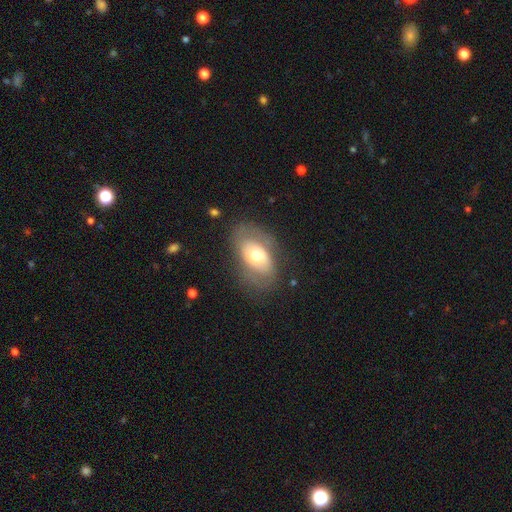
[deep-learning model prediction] A smooth galaxy with no disk features (50%) that is in between round and cigar-shaped (88%). Merging: none (69%).